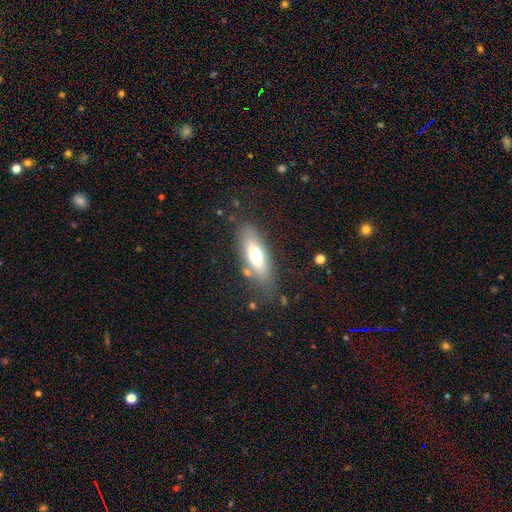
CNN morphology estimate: Smooth or featured? Predicted: smooth (p=0.62). How rounded? Predicted: in between (p=0.63). Merging? Predicted: none (p=0.76).